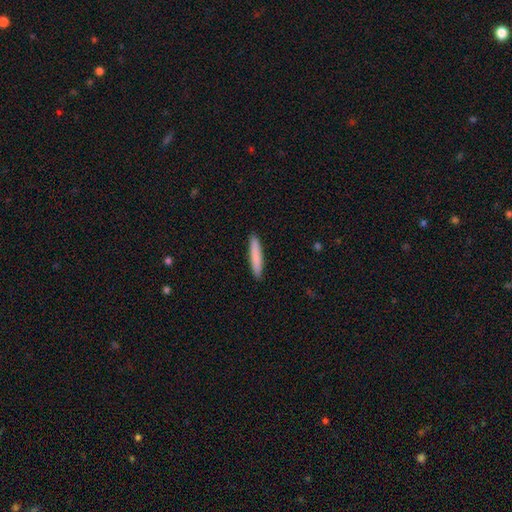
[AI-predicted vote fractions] Smooth or featured?
  - smooth: 83% *
  - featured or disk: 12%
  - star or artifact: 6%
How rounded?
  - cigar-shaped: 94% *
  - in between: 5%
  - round: 1%
Merging?
  - none: 92% *
  - minor disturbance: 6%
  - major disturbance: 1%
  - merger: 1%